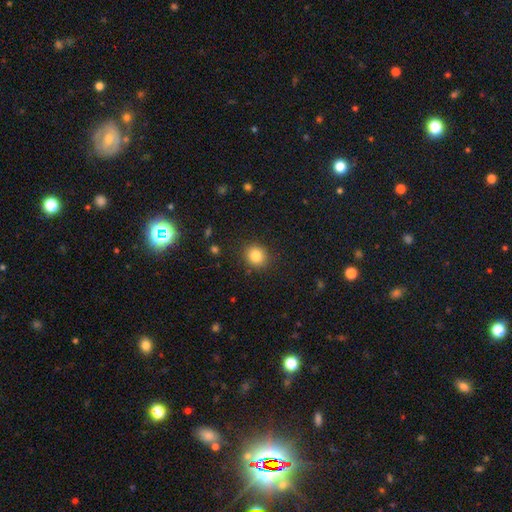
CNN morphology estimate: A smooth galaxy with no disk features (83%) that is round (81%). Merging: none (89%).